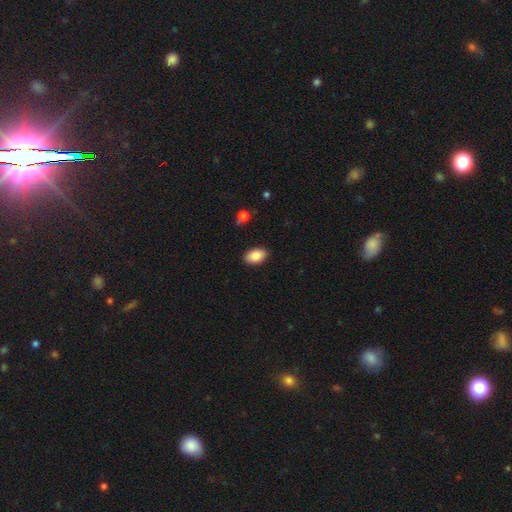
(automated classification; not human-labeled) smooth_or_featured: smooth (p=0.86) [alt: star or artifact p=0.07]
how_rounded: in between (p=0.91) [alt: round p=0.07]
merging: none (p=0.89) [alt: minor disturbance p=0.08]